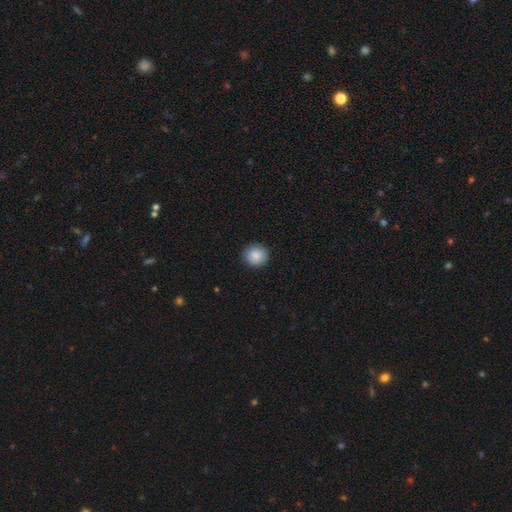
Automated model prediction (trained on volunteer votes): The model was most divided on "smooth or featured": smooth: 87%, star or artifact: 8%, featured or disk: 5%. More confident: how rounded — round (91%); merging — none (90%).